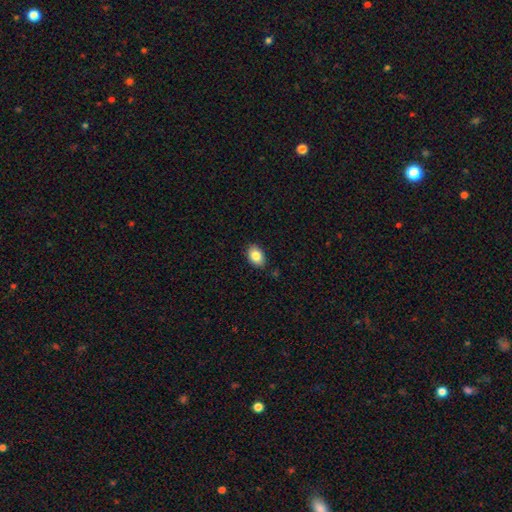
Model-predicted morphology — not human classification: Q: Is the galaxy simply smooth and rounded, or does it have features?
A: smooth — 84%.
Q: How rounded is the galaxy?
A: in between — 84%.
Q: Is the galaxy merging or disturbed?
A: none — 85%.